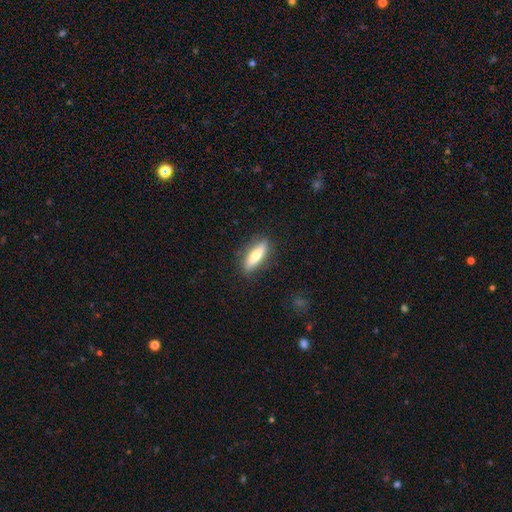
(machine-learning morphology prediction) Q: Smooth or featured?
A: smooth (58%); runner-up: featured or disk (36%)
Q: How rounded?
A: cigar-shaped (63%); runner-up: in between (34%)
Q: Merging?
A: none (85%); runner-up: minor disturbance (11%)